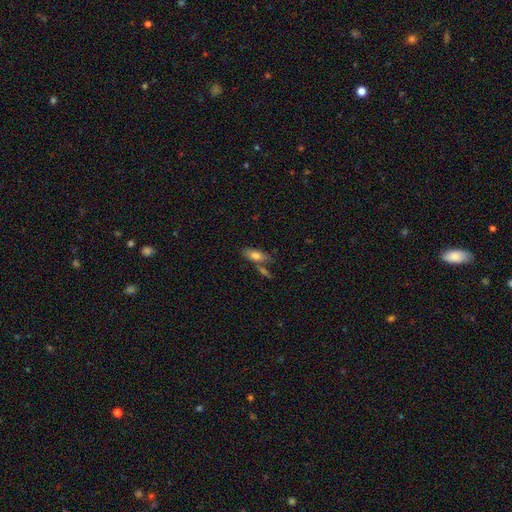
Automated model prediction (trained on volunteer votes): smooth_or_featured: smooth (p=0.76) [alt: featured or disk p=0.17]
how_rounded: in between (p=0.78) [alt: cigar-shaped p=0.19]
merging: none (p=0.57) [alt: merger p=0.22]